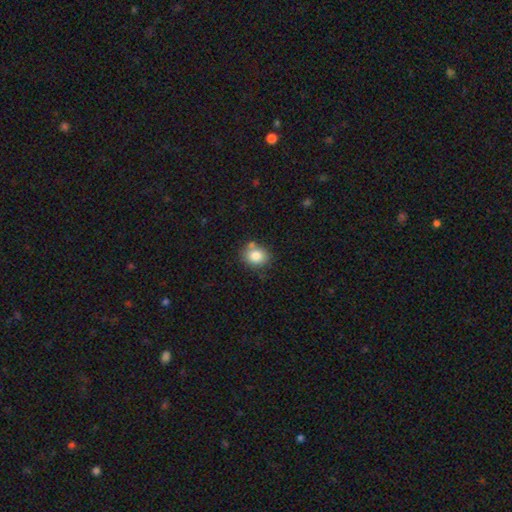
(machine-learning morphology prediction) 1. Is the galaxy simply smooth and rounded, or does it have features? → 82% smooth, 10% star or artifact, 9% featured or disk.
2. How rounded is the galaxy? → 65% round, 34% in between, 1% cigar-shaped.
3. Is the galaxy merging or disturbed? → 67% none, 15% merger, 14% minor disturbance, 4% major disturbance.